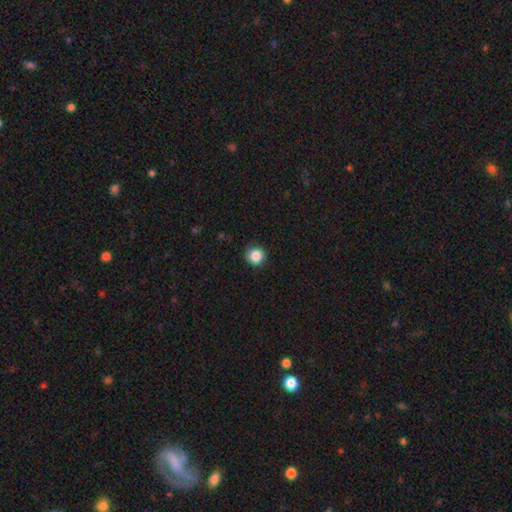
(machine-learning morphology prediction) smooth 86%, star or artifact 10%, featured or disk 4%. Down the decision tree: how rounded — round (92%); merging — none (86%).